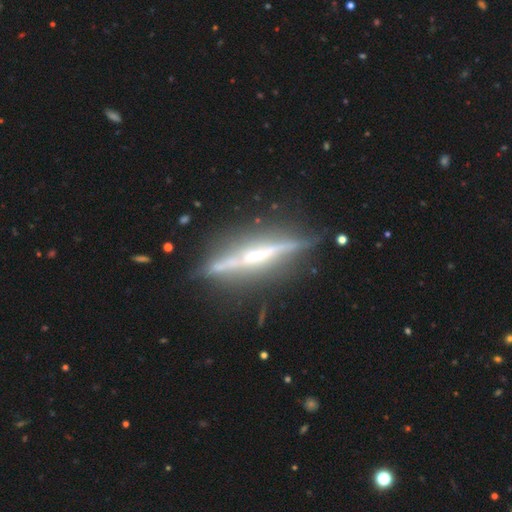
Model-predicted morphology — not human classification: Smooth or featured: featured or disk — 86% (smooth — 9%)
Edge-on disk: yes — 96% (no — 4%)
Edge-on bulge: rounded — 62% (none — 28%)
Merging: none — 81% (minor disturbance — 13%)